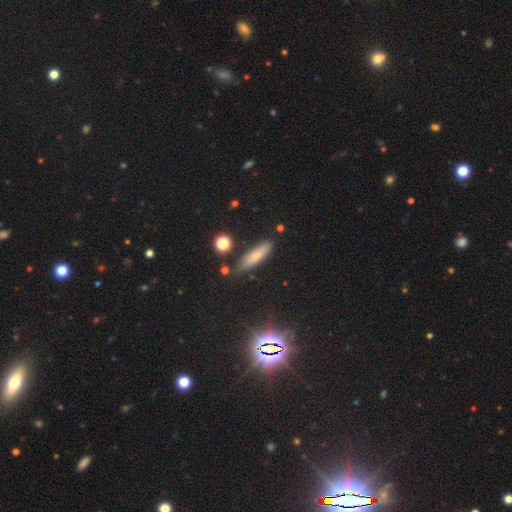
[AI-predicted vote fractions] This appears to be a smooth galaxy with no disk features (60%) that is cigar-shaped (63%). Merging: none (80%).